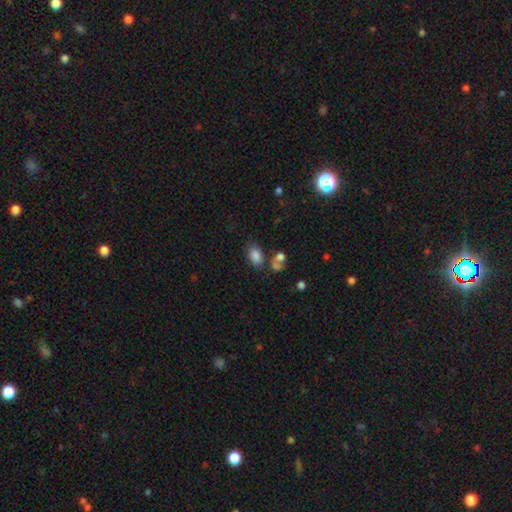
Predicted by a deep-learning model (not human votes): The model was most divided on "merging": none: 61%, merger: 17%, minor disturbance: 15%, major disturbance: 7%. More confident: how rounded — in between (88%); smooth or featured — smooth (84%).